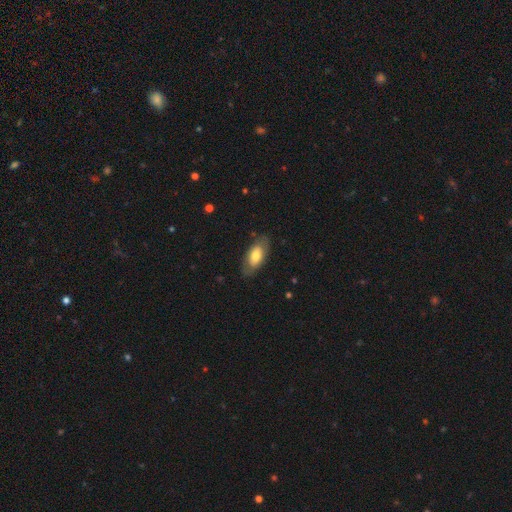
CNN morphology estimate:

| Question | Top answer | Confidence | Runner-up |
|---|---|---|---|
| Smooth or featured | smooth | 62% | featured or disk (32%) |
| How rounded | in between | 89% | cigar-shaped (7%) |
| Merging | none | 78% | minor disturbance (15%) |